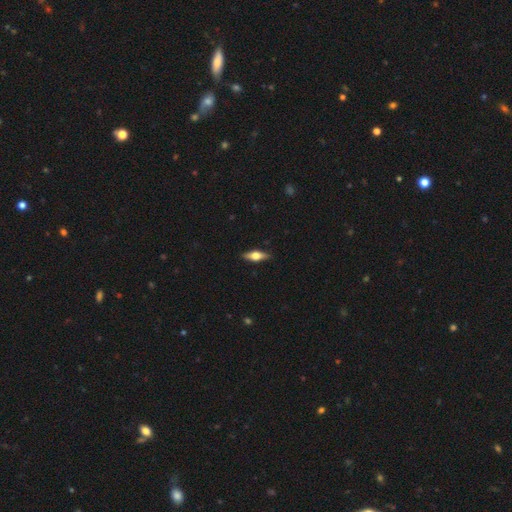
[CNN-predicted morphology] smooth-or-featured: featured or disk: 53% | smooth: 41% | star or artifact: 6%
  disk-edge-on: yes: 93% | no: 7%
  merging: none: 89% | minor disturbance: 9% | major disturbance: 2% | merger: 1%